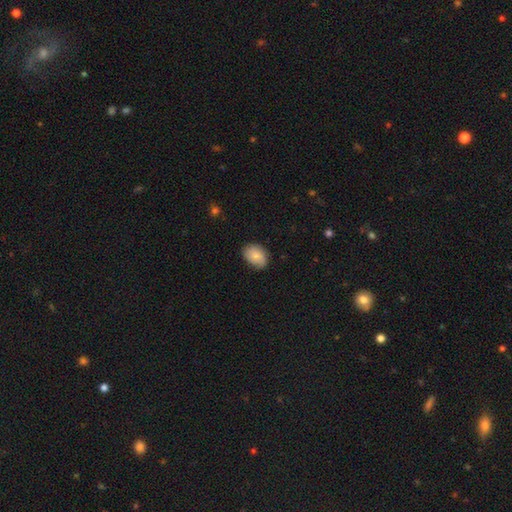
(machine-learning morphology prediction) Overall: smooth (81%). How rounded: in between (76%). Merging: none (76%).